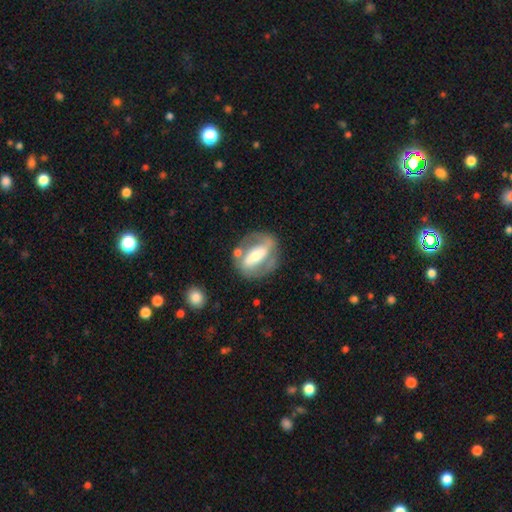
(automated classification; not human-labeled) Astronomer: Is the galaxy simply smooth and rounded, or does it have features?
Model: featured or disk — 72%.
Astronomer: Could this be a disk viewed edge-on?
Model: no — 89%.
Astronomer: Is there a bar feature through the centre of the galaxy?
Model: strong — 61%.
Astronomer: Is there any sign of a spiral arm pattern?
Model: yes — 55% (runner-up: no, 45%).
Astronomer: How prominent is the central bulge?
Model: moderate — 60%.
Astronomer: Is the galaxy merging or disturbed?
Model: none — 70%.